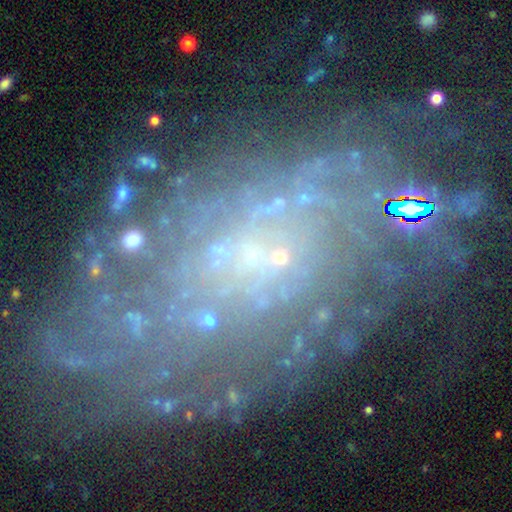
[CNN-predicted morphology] type=featured or disk (66%); edge-on=no (96%); bar=no (84%); spiral arms=yes (73%); bulge=small (60%); merging=none (60%).